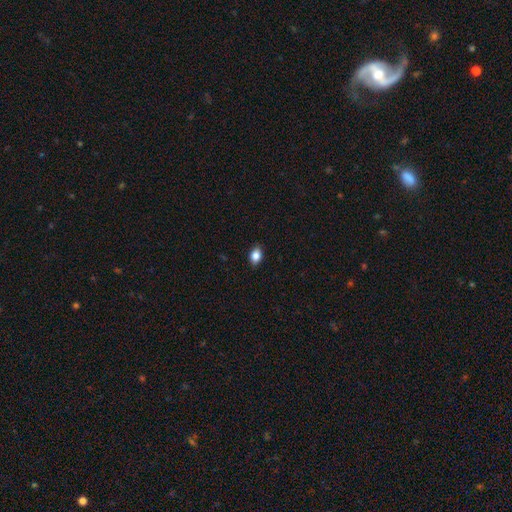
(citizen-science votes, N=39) Smooth or featured? smooth (82%)
How rounded? in between (72%)
Merging? none (67%)